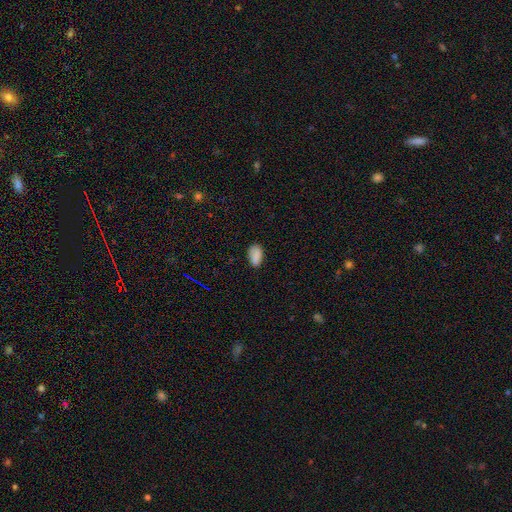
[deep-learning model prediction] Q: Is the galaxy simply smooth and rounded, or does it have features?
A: smooth — 87%.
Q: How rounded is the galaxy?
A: in between — 92%.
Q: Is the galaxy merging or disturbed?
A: none — 77%.